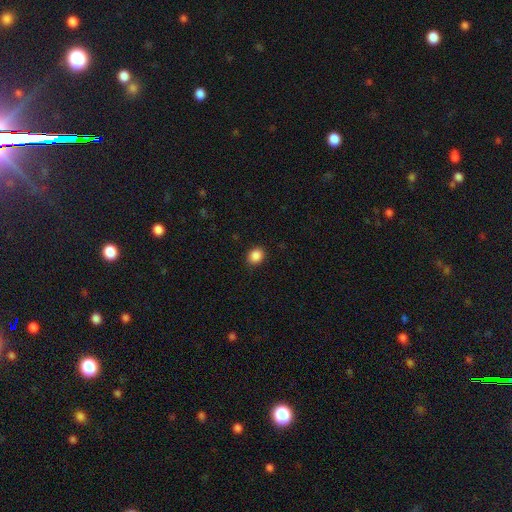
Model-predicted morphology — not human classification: A smooth galaxy with no disk features (88%) that is round (63%). Merging: none (90%).